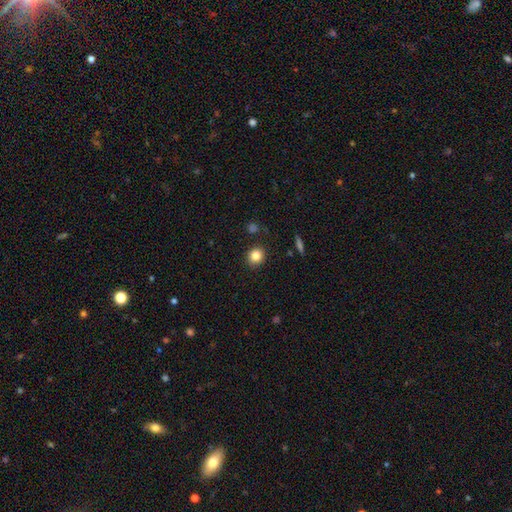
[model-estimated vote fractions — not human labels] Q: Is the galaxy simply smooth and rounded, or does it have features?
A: smooth — 84%.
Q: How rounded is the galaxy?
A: round — 85%.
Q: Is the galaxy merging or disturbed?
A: none — 89%.